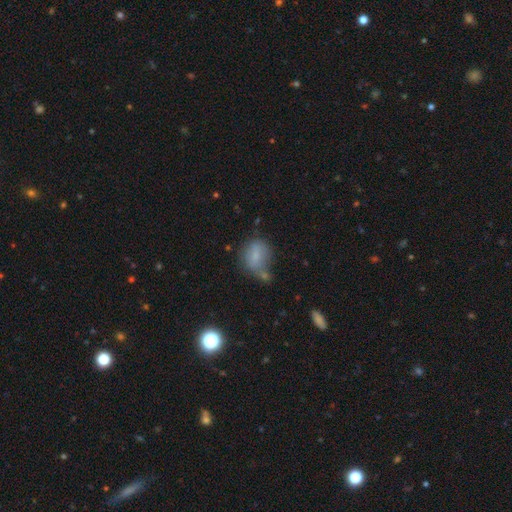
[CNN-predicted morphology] Smooth or featured? smooth (70%)
How rounded? in between (63%)
Merging? none (44%)